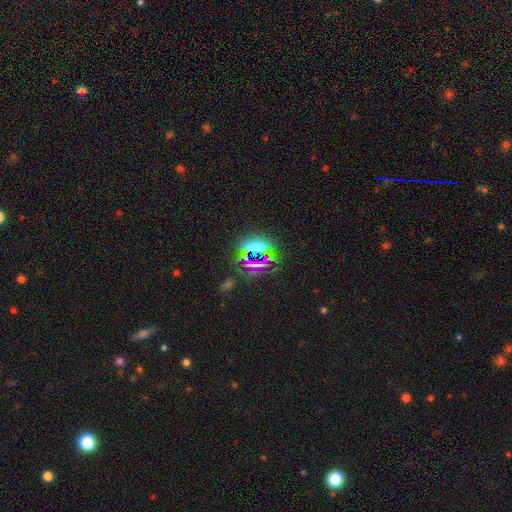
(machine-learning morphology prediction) type=star or artifact (60%).